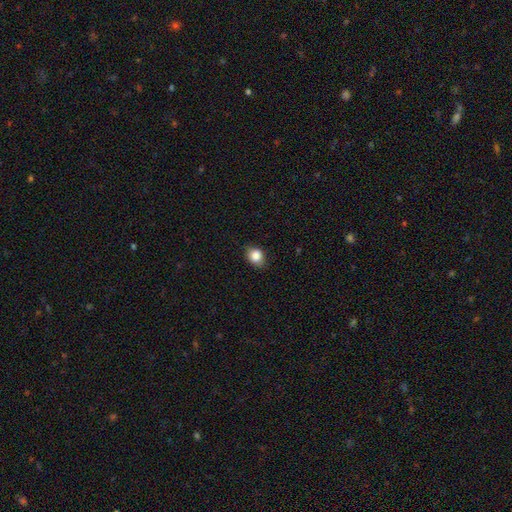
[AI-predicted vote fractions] Overall: smooth (85%). How rounded: in between (49%, tied with round). Merging: none (82%).